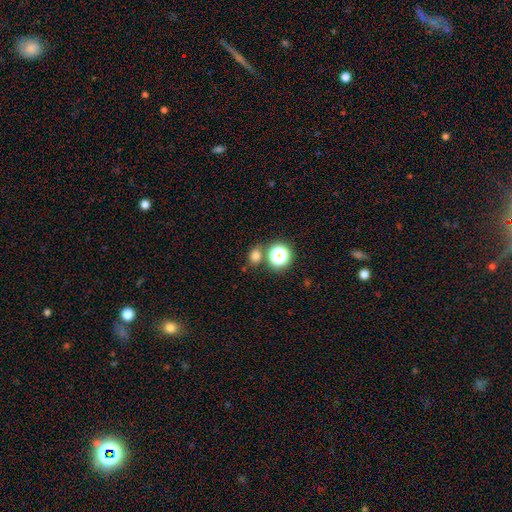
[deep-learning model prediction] Smooth or featured?
  - smooth: 71% *
  - star or artifact: 23%
  - featured or disk: 6%
How rounded?
  - round: 60% *
  - in between: 39%
  - cigar-shaped: 1%
Merging?
  - none: 72% *
  - merger: 15%
  - minor disturbance: 10%
  - major disturbance: 4%